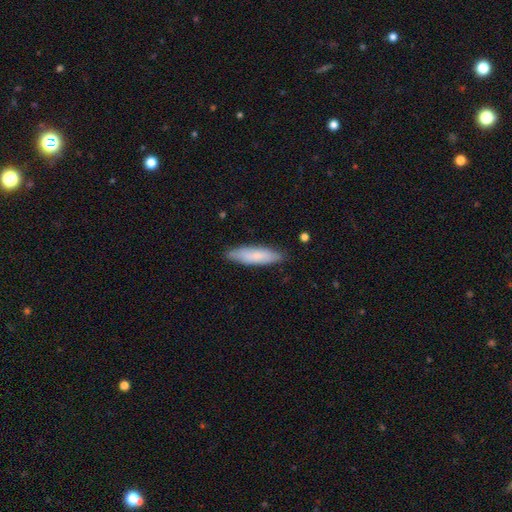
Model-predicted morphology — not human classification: type=smooth (76%); roundness=cigar-shaped (64%); merging=none (83%).